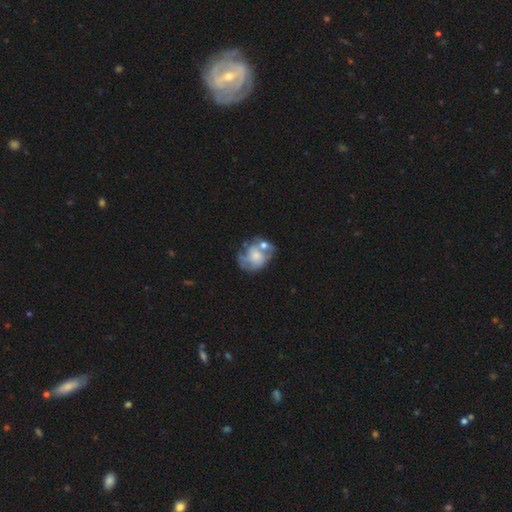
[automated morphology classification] type=featured or disk (57%); edge-on=no (97%); bar=no (79%); spiral arms=yes (53%); bulge=moderate (41%); merging=none (34%).